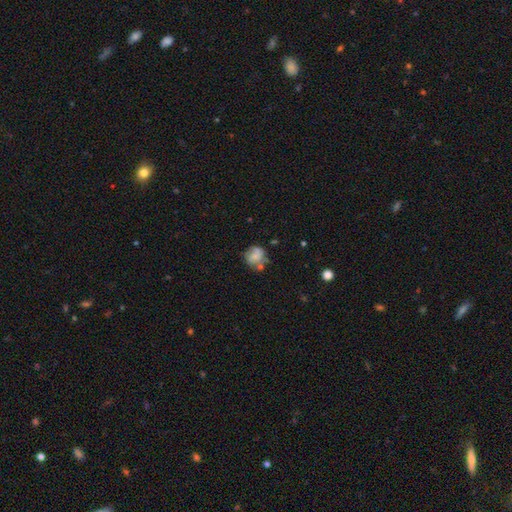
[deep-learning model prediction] The model was most divided on "merging": none: 45%, minor disturbance: 25%, merger: 17%, major disturbance: 12%. More confident: how rounded — round (70%); smooth or featured — smooth (55%).